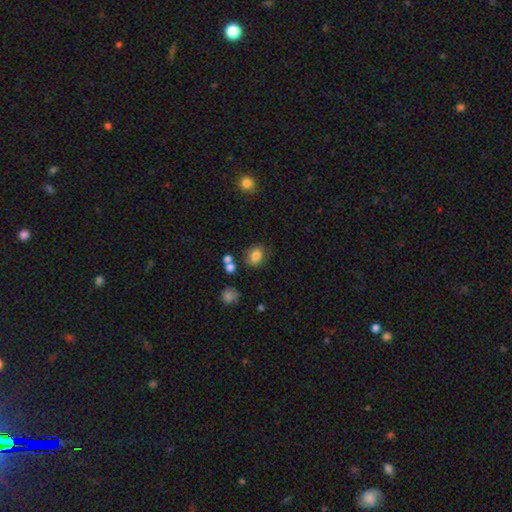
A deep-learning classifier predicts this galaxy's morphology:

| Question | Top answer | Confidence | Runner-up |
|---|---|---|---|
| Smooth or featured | smooth | 80% | star or artifact (11%) |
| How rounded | in between | 65% | round (33%) |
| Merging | none | 72% | minor disturbance (16%) |